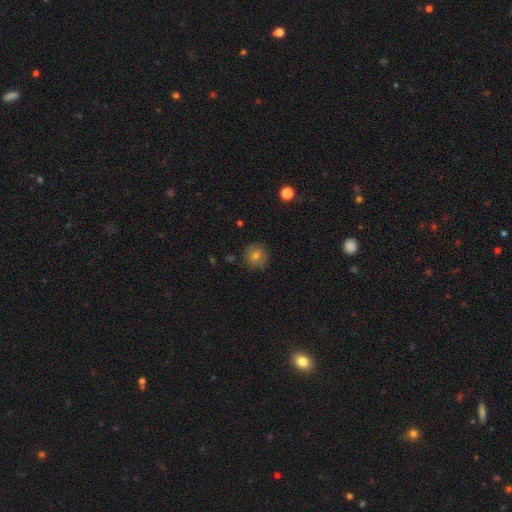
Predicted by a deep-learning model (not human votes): Smooth or featured? Predicted: smooth (p=0.65). How rounded? Predicted: round (p=0.86). Merging? Predicted: none (p=0.83).